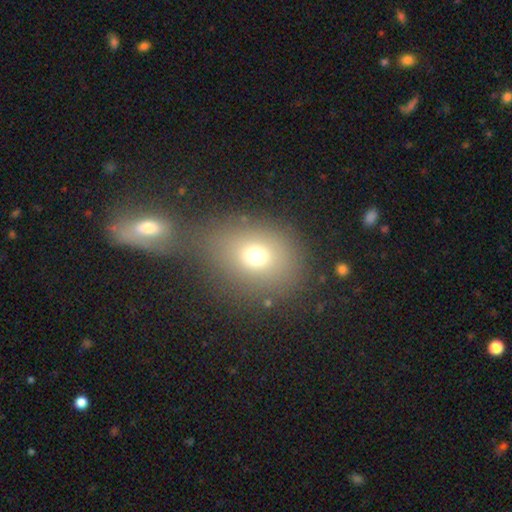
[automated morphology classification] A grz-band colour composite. It shows a smooth galaxy with no disk features (71%) that is round (54%). Merging: none (57%).